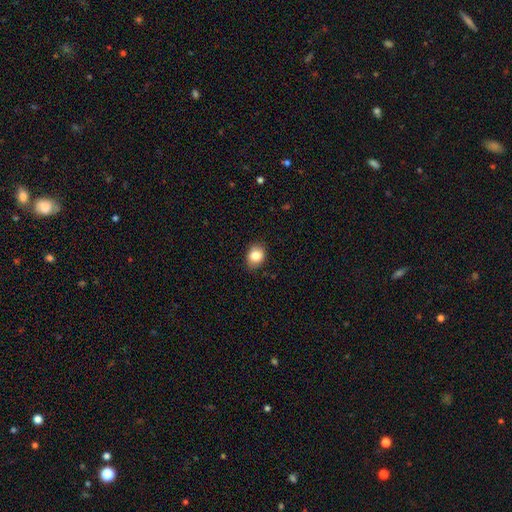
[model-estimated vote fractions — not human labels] Smooth or featured?
  - smooth: 84% *
  - star or artifact: 9%
  - featured or disk: 7%
How rounded?
  - in between: 59% *
  - round: 40%
  - cigar-shaped: 1%
Merging?
  - none: 84% *
  - minor disturbance: 12%
  - major disturbance: 2%
  - merger: 1%